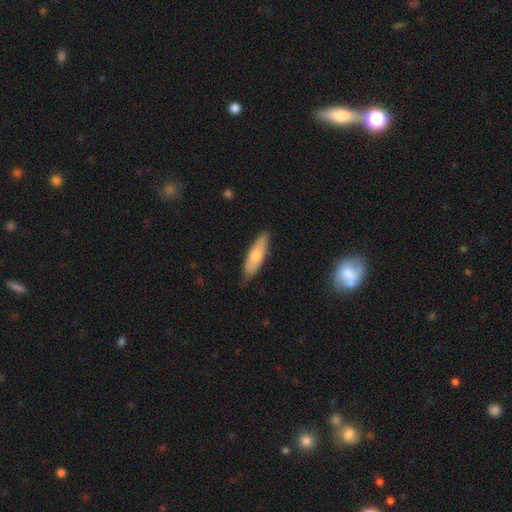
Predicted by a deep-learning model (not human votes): Overall: smooth (71%). How rounded: cigar-shaped (53%; in between 45%). Merging: none (79%).